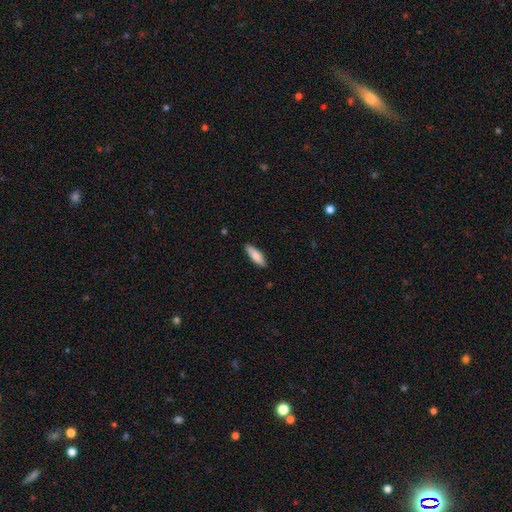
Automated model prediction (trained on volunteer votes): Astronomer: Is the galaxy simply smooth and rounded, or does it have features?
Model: smooth — 82%.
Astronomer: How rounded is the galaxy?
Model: cigar-shaped — 51% (runner-up: in between, 47%).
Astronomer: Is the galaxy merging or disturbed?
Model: none — 86%.